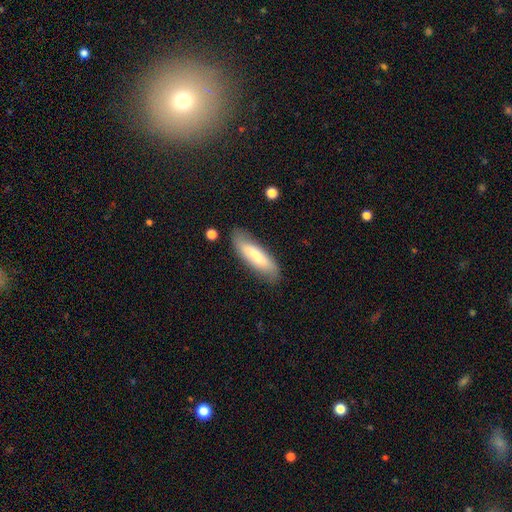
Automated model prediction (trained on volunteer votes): smooth_or_featured: smooth (p=0.68) [alt: featured or disk p=0.25]
how_rounded: cigar-shaped (p=0.59) [alt: in between p=0.39]
merging: none (p=0.78) [alt: minor disturbance p=0.15]